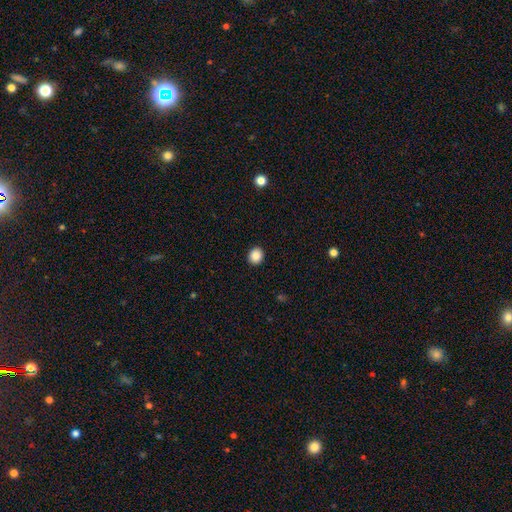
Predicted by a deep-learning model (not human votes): smooth_or_featured: smooth (p=0.88) [alt: star or artifact p=0.09]
how_rounded: round (p=0.79) [alt: in between p=0.20]
merging: none (p=0.92) [alt: minor disturbance p=0.05]